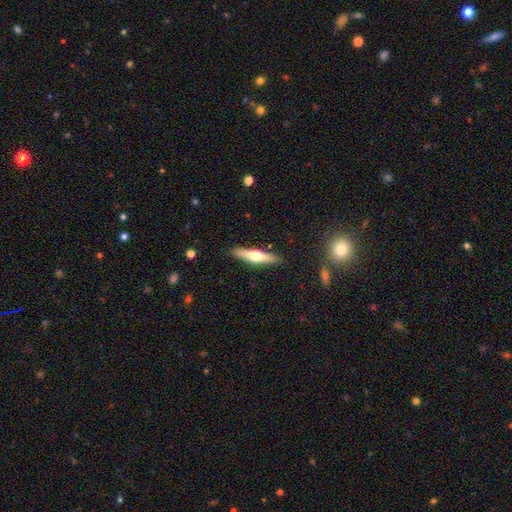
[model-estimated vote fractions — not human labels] Overall: featured or disk (53%; smooth 41%). Edge-on disk: yes (94%). Edge-on bulge: rounded (93%). Merging: none (89%).